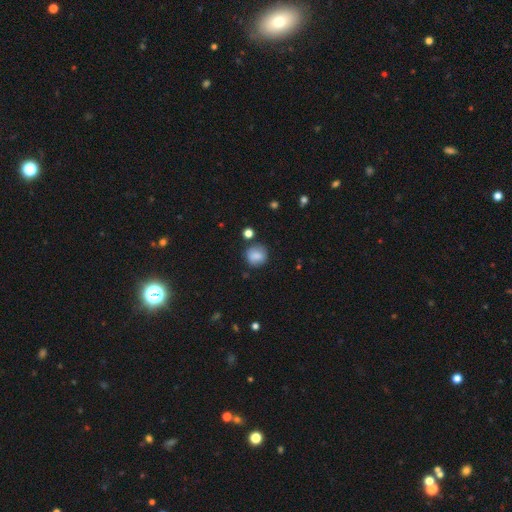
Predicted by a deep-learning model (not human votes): smooth-or-featured: smooth: 82% | star or artifact: 9% | featured or disk: 8%
  how-rounded: round: 82% | in between: 17% | cigar-shaped: 1%
  merging: none: 77% | minor disturbance: 14% | major disturbance: 4% | merger: 4%